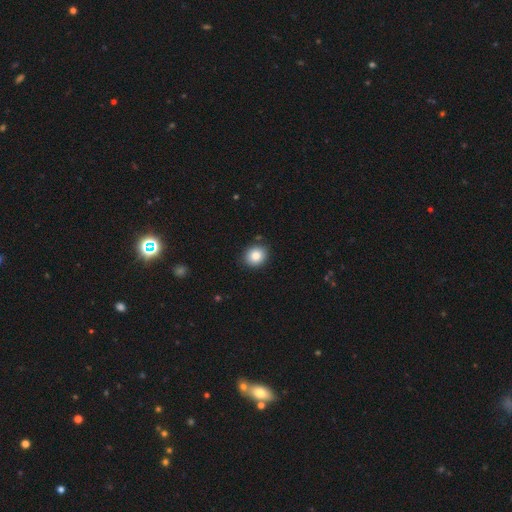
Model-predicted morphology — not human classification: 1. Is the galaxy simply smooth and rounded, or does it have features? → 83% smooth, 9% star or artifact, 7% featured or disk.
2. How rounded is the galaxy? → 77% round, 22% in between, 1% cigar-shaped.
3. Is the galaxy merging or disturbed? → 88% none, 8% minor disturbance, 2% major disturbance, 2% merger.